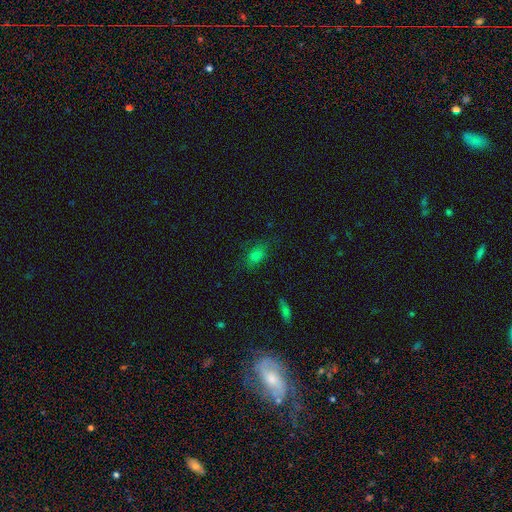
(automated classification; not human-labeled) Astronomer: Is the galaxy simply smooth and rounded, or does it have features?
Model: smooth — 65%.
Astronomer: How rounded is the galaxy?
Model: in between — 75%.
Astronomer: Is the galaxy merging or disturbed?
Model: none — 76%.